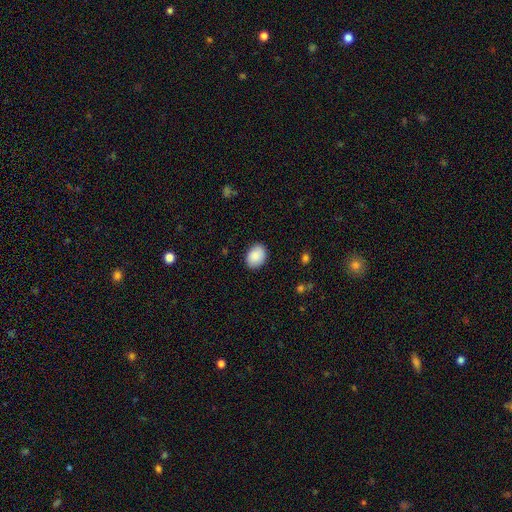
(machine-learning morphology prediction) Overall: smooth (89%). How rounded: in between (69%; round 30%). Merging: none (87%).